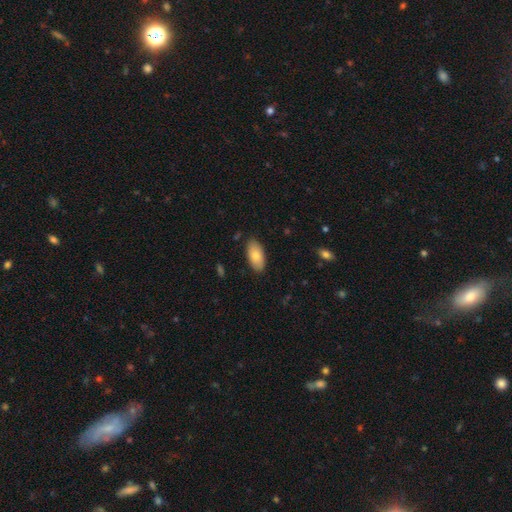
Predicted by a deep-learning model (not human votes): smooth_or_featured: smooth (p=0.81) [alt: featured or disk p=0.13]
how_rounded: in between (p=0.94) [alt: cigar-shaped p=0.04]
merging: none (p=0.86) [alt: minor disturbance p=0.11]